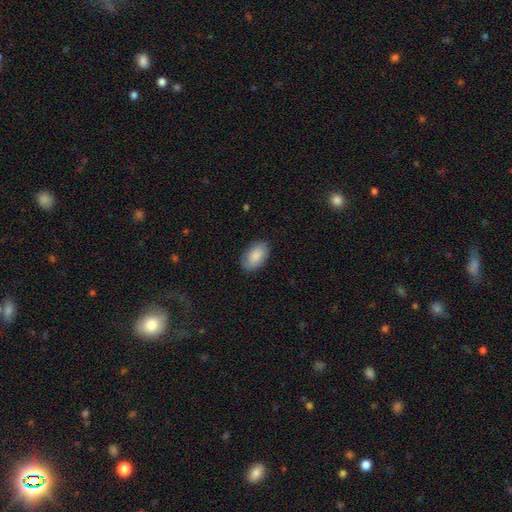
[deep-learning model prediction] Smooth or featured?
  - smooth: 87% *
  - featured or disk: 7%
  - star or artifact: 6%
How rounded?
  - in between: 93% *
  - round: 5%
  - cigar-shaped: 2%
Merging?
  - none: 84% *
  - minor disturbance: 13%
  - major disturbance: 3%
  - merger: 1%